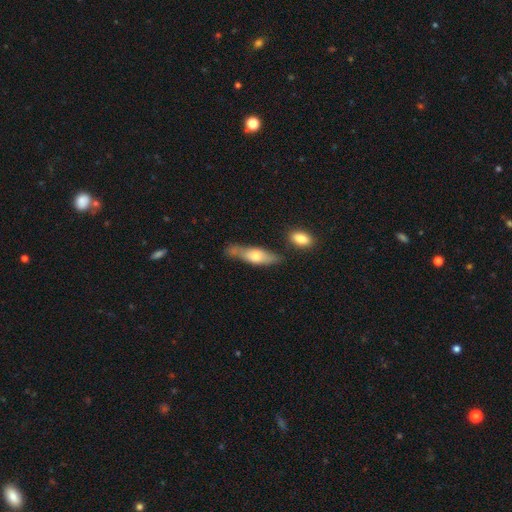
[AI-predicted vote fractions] This appears to be a smooth galaxy with no disk features (56%) that is cigar-shaped (52%). Merging: none (57%).